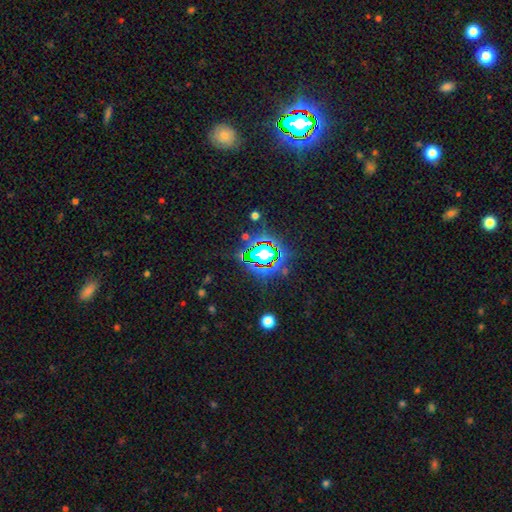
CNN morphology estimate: Smooth or featured: star or artifact — 81% (smooth — 11%)